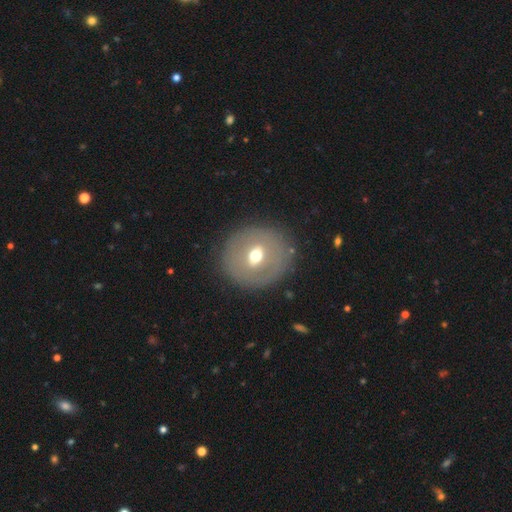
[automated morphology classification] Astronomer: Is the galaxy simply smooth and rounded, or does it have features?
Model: smooth — 49% (runner-up: featured or disk, 42%).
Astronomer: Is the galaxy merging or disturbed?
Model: none — 84%.